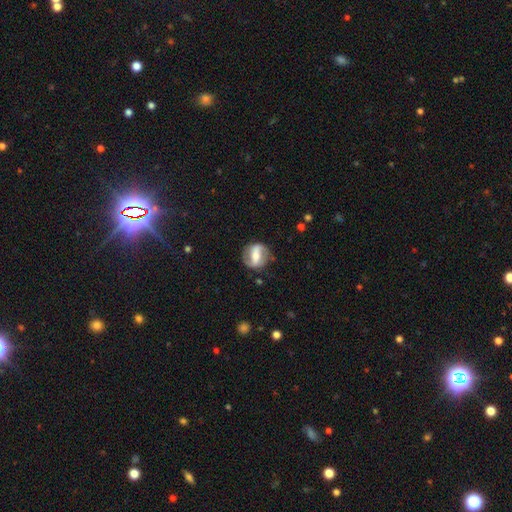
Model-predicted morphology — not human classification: A featured or disk galaxy (68%) with a strong bar (60%), spiral arms (74%) and a moderate central bulge (56%).

Vote fractions:
- Smooth or featured? featured or disk: 68% / smooth: 26% / star or artifact: 6%
- Edge-on disk? no: 93% / yes: 7%
- Bar? strong: 60% / weak: 27% / no: 13%
- Spiral arms? yes: 74% / no: 26%
- Bulge size? moderate: 56% / small: 28% / large: 11% / none: 3% / dominant: 2%
- Merging? none: 78% / minor disturbance: 15% / major disturbance: 6% / merger: 2%